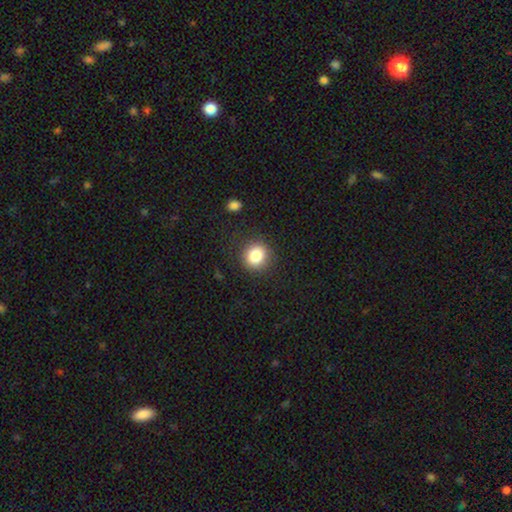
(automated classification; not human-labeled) Smooth or featured?
  - smooth: 83% *
  - star or artifact: 10%
  - featured or disk: 6%
How rounded?
  - round: 87% *
  - in between: 12%
  - cigar-shaped: 1%
Merging?
  - none: 87% *
  - minor disturbance: 8%
  - major disturbance: 3%
  - merger: 1%